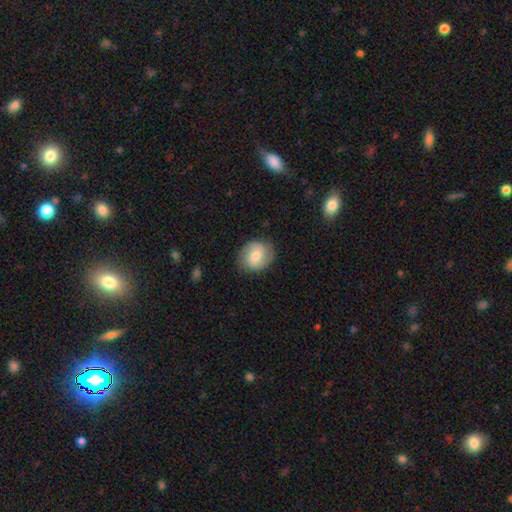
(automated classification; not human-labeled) This appears to be a smooth galaxy with no disk features (54%) that is round (75%). Merging: none (81%).